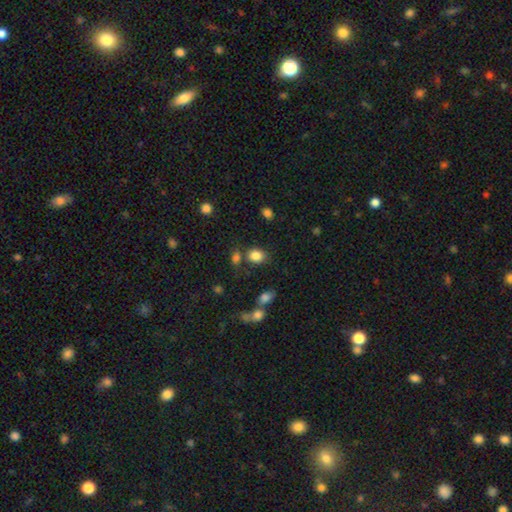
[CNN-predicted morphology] A smooth galaxy with no disk features (83%) that is round (54%).

Vote fractions:
- Smooth or featured? smooth: 83% / star or artifact: 11% / featured or disk: 6%
- How rounded? round: 54% / in between: 45% / cigar-shaped: 1%
- Merging? none: 68% / merger: 14% / minor disturbance: 13% / major disturbance: 5%